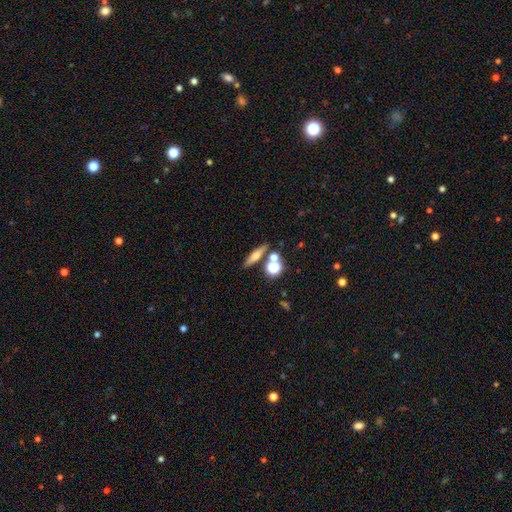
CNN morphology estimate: Smooth or featured: smooth — 49% (featured or disk — 38%)
Merging: none — 74% (merger — 14%)